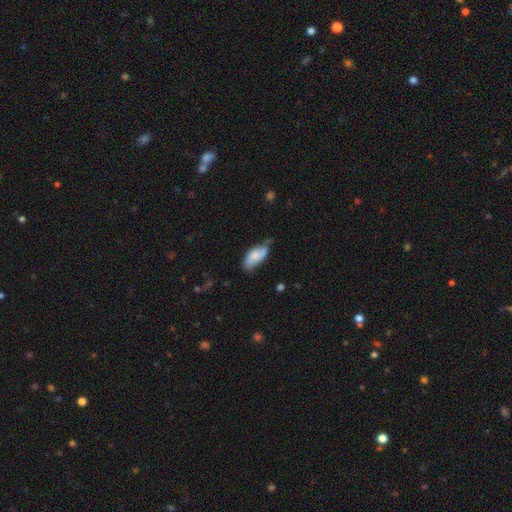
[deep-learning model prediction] This appears to be a smooth galaxy with no disk features (67%) that is in between round and cigar-shaped (88%). Merging: none (49%).